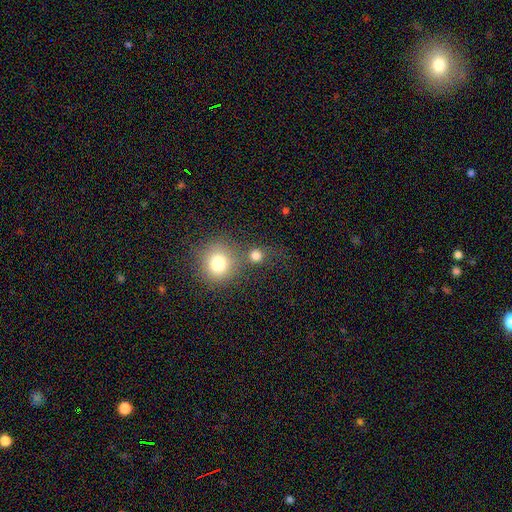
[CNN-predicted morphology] This is likely a smooth galaxy (77%). How rounded: clearly round (87%). Merging: possibly none (55%).